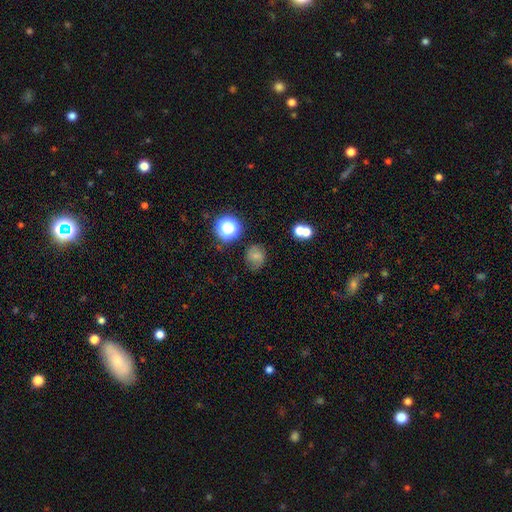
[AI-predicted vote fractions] Morphology: type=smooth (66%); roundness=round (72%); merging=none (68%).